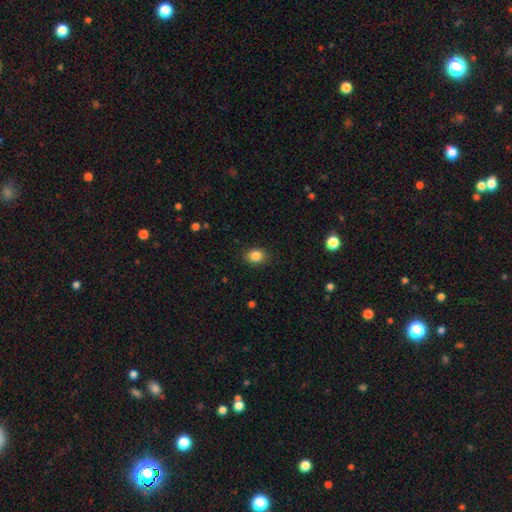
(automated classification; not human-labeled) Smooth or featured?
  - smooth: 85% *
  - star or artifact: 10%
  - featured or disk: 5%
How rounded?
  - in between: 55% *
  - round: 44%
  - cigar-shaped: 1%
Merging?
  - none: 87% *
  - minor disturbance: 9%
  - major disturbance: 2%
  - merger: 1%